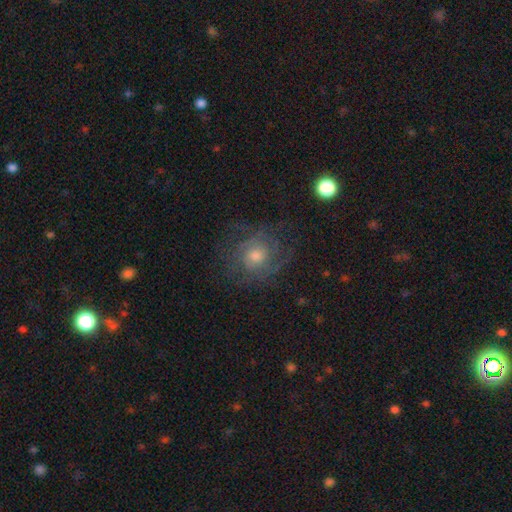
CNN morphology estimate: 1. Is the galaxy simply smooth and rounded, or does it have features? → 64% featured or disk, 25% smooth, 11% star or artifact.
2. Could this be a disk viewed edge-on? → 97% no, 3% yes.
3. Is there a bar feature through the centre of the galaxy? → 79% no, 19% weak, 3% strong.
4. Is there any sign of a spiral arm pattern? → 85% yes, 15% no.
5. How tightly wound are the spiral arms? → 54% tight, 34% medium, 12% loose.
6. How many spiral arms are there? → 45% can't tell, 22% 2, 15% 3, 7% 4, 6% 1, 5% more than 4.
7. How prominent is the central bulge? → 58% moderate, 30% small, 8% large, 2% none, 1% dominant.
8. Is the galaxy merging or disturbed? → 70% none, 16% minor disturbance, 13% major disturbance, 1% merger.